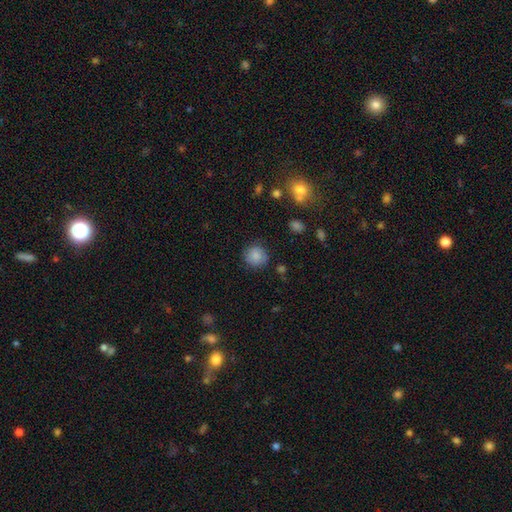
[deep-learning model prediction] Overall: smooth (84%). How rounded: round (90%). Merging: none (82%).